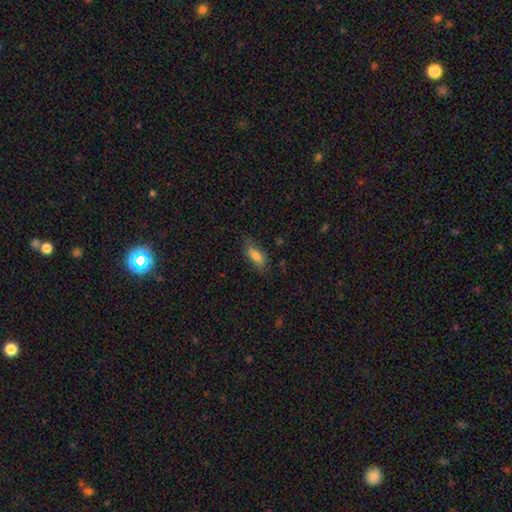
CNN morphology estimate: type=smooth (75%); roundness=in between (75%); merging=none (67%).